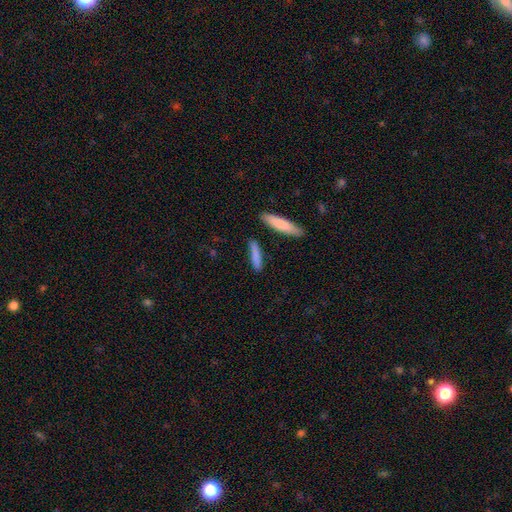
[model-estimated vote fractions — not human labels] Smooth or featured?
  - smooth: 80% *
  - featured or disk: 14%
  - star or artifact: 6%
How rounded?
  - cigar-shaped: 83% *
  - in between: 15%
  - round: 2%
Merging?
  - none: 81% *
  - minor disturbance: 11%
  - merger: 5%
  - major disturbance: 3%